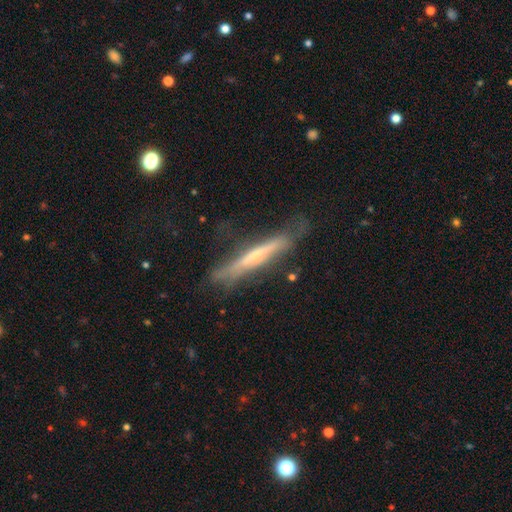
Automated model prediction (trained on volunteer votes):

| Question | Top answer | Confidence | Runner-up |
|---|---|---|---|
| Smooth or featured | featured or disk | 65% | smooth (28%) |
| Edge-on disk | yes | 89% | no (11%) |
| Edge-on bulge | rounded | 49% | none (43%) |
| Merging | none | 62% | minor disturbance (25%) |